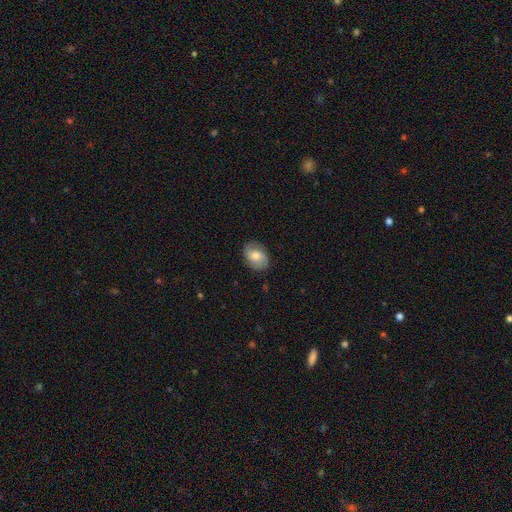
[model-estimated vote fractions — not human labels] smooth 53%, featured or disk 39%, star or artifact 8%. Down the decision tree: how rounded — in between (70%); merging — none (82%).